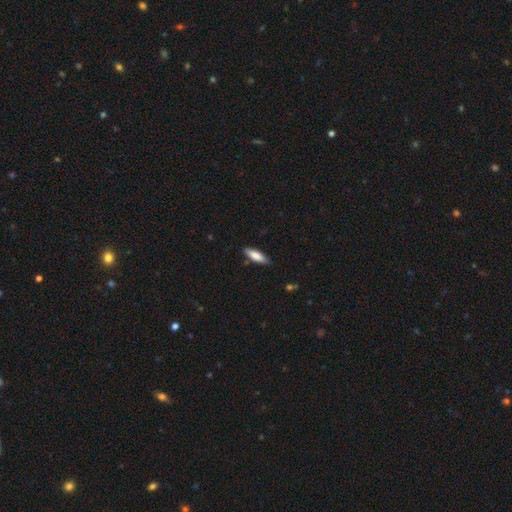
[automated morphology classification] Q: Smooth or featured?
A: smooth (81%); runner-up: featured or disk (13%)
Q: How rounded?
A: cigar-shaped (51%); runner-up: in between (47%)
Q: Merging?
A: none (81%); runner-up: minor disturbance (15%)